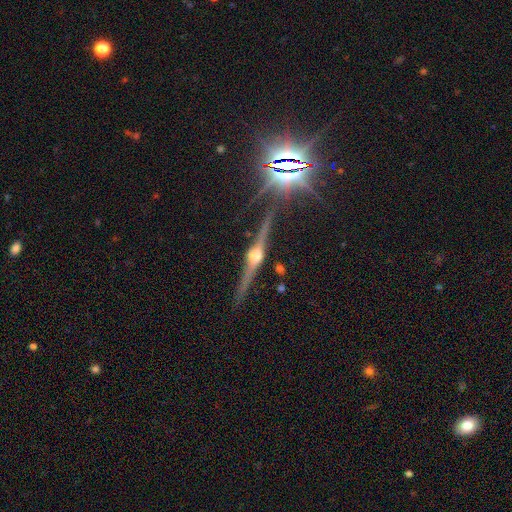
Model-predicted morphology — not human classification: The model was most divided on "smooth or featured": featured or disk: 53%, star or artifact: 35%, smooth: 12%. More confident: edge-on disk — yes (89%); merging — none (80%).